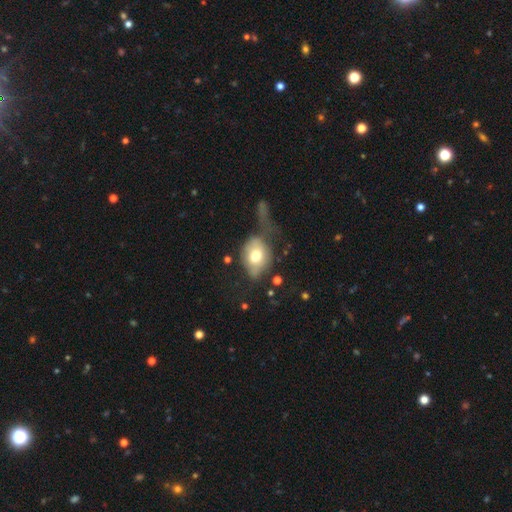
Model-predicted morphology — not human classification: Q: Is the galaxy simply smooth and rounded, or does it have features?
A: smooth — 66%.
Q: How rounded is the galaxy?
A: in between — 63%.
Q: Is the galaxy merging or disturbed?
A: major disturbance — 38%.